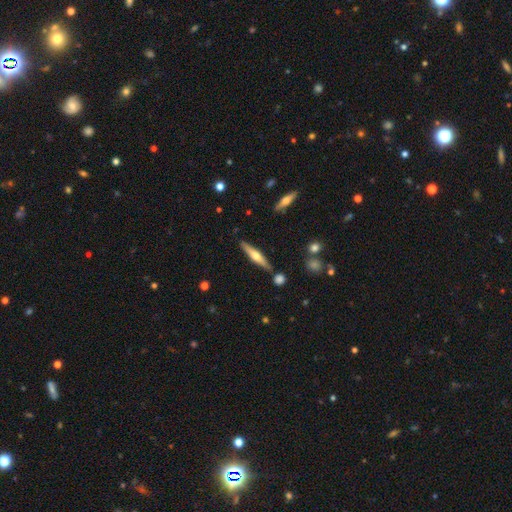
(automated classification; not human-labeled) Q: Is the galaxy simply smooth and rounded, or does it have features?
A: featured or disk — 58%.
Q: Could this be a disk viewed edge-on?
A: yes — 95%.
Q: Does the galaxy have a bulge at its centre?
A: rounded — 90%.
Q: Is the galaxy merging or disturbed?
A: none — 83%.